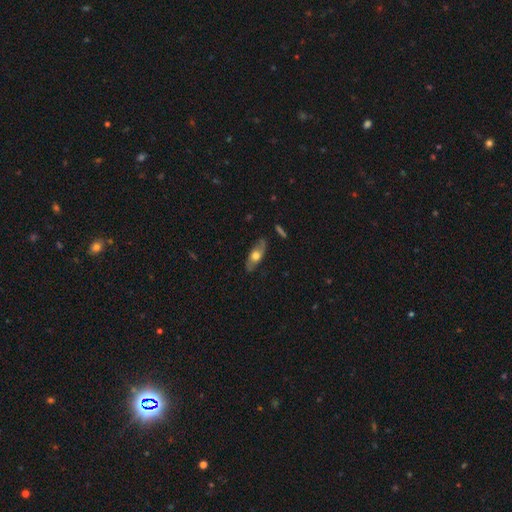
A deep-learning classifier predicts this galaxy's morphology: Smooth or featured? featured or disk (54%)
Edge-on disk? no (65%)
Merging? none (80%)